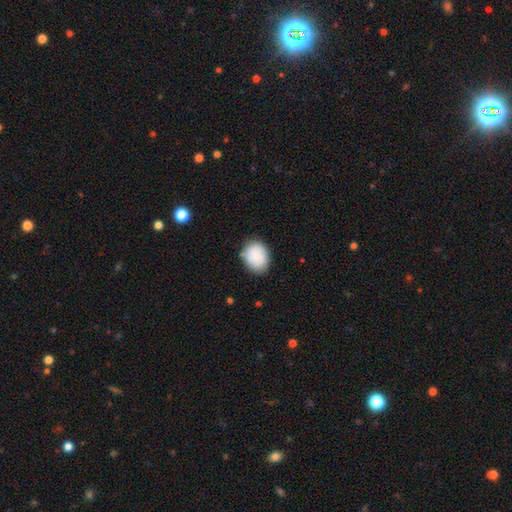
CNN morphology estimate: Smooth or featured? smooth (86%)
How rounded? round (50%)
Merging? none (80%)